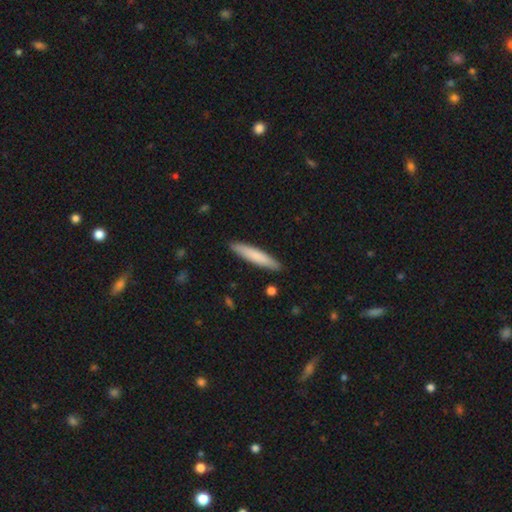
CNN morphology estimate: smooth_or_featured: smooth (p=0.77) [alt: featured or disk p=0.18]
how_rounded: cigar-shaped (p=0.91) [alt: in between p=0.08]
merging: none (p=0.90) [alt: minor disturbance p=0.07]